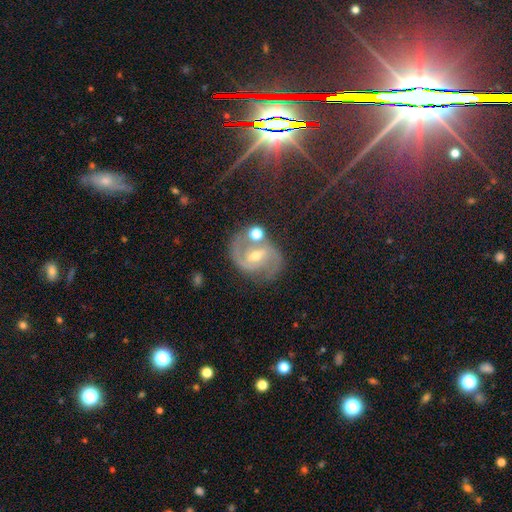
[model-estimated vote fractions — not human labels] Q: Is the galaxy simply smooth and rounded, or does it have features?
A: featured or disk — 84%.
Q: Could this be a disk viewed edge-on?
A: no — 97%.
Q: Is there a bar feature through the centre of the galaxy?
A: weak — 46%.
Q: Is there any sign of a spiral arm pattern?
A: yes — 96%.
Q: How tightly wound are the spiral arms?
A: medium — 55%.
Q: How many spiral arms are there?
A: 2 — 89%.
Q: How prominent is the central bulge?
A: moderate — 57%.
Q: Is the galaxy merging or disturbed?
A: none — 72%.